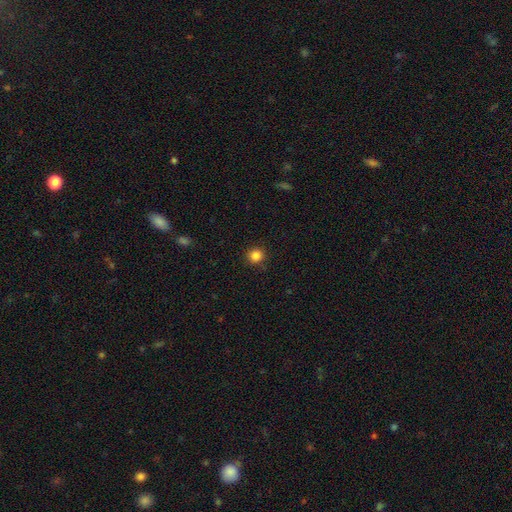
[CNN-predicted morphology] Q: Smooth or featured?
A: smooth (85%); runner-up: star or artifact (11%)
Q: How rounded?
A: round (93%); runner-up: in between (6%)
Q: Merging?
A: none (90%); runner-up: minor disturbance (7%)